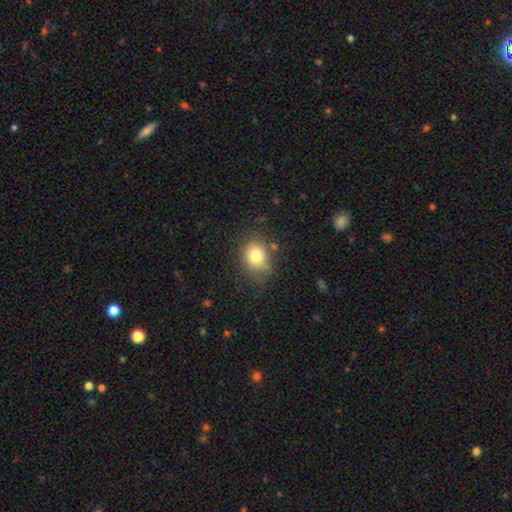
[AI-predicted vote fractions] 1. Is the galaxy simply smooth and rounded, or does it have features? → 80% smooth, 11% star or artifact, 10% featured or disk.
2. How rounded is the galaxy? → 55% round, 44% in between, 1% cigar-shaped.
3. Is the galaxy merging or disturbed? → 74% none, 17% minor disturbance, 5% major disturbance, 3% merger.